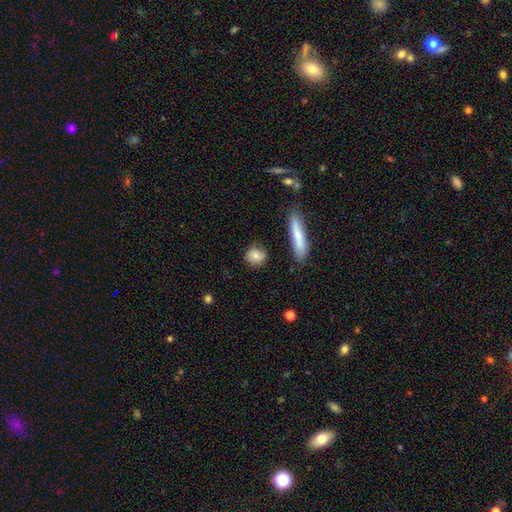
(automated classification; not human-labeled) Q: Smooth or featured?
A: smooth (78%); runner-up: featured or disk (14%)
Q: How rounded?
A: round (60%); runner-up: in between (33%)
Q: Merging?
A: none (78%); runner-up: minor disturbance (15%)